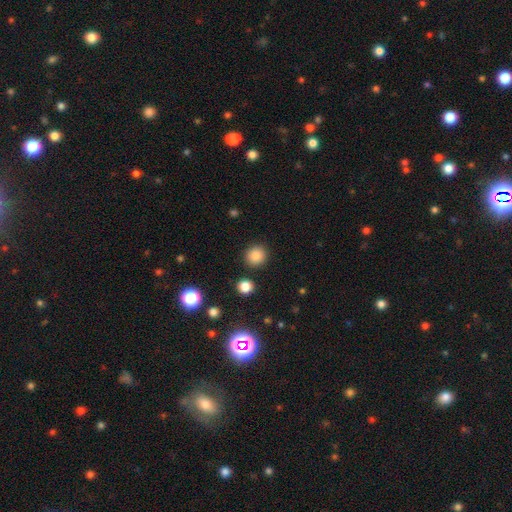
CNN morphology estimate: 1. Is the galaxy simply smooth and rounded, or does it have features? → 85% smooth, 11% star or artifact, 5% featured or disk.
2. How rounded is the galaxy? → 91% round, 8% in between, 1% cigar-shaped.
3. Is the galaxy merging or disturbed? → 90% none, 6% minor disturbance, 2% merger, 2% major disturbance.